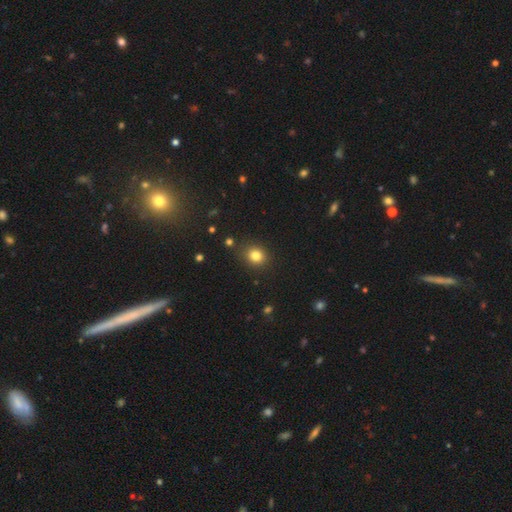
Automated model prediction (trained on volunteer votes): The model was most divided on "how rounded": round: 75%, in between: 25%, cigar-shaped: 1%. More confident: merging — none (85%); smooth or featured — smooth (82%).